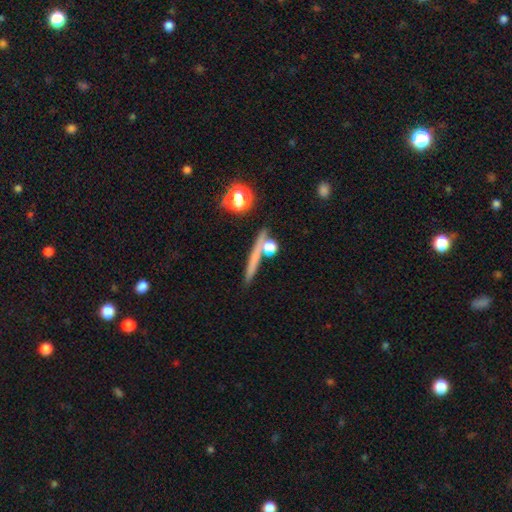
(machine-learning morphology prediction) smooth 50%, featured or disk 35%, star or artifact 14%. Down the decision tree: how rounded — cigar-shaped (77%); merging — none (79%).